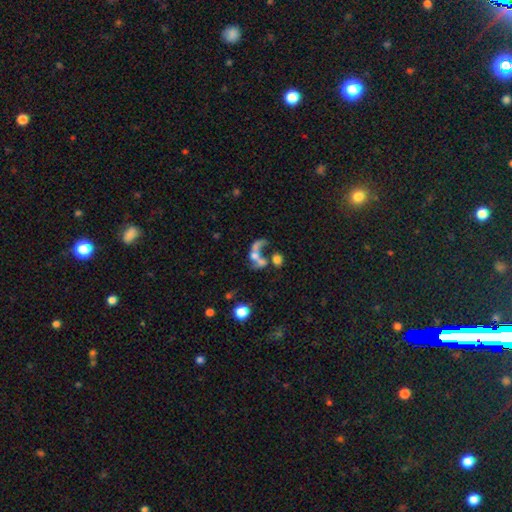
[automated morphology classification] smooth-or-featured: featured or disk: 49% | smooth: 35% | star or artifact: 16%
  merging: merger: 54% | major disturbance: 23% | none: 16% | minor disturbance: 7%